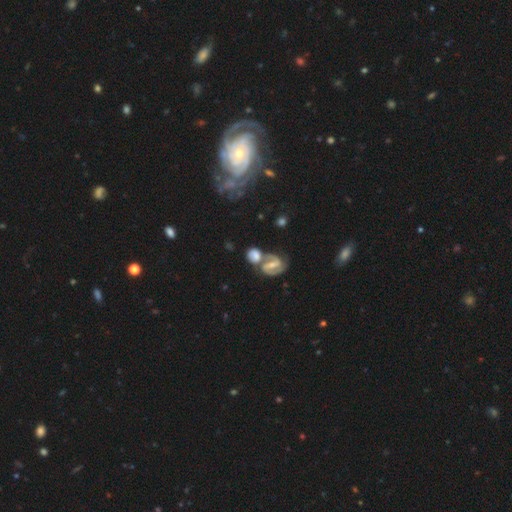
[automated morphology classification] A featured or disk galaxy (66%) with a weak bar (43%), 2 (88%) medium (53%) spiral arms (91%) and a small central bulge (45%).

Vote fractions:
- Smooth or featured? featured or disk: 66% / smooth: 25% / star or artifact: 8%
- Edge-on disk? no: 96% / yes: 4%
- Bar? weak: 43% / strong: 37% / no: 20%
- Spiral arms? yes: 91% / no: 9%
- Spiral winding? medium: 53% / tight: 28% / loose: 19%
- Spiral arm count? 2: 88% / can't tell: 5% / 1: 3% / 3: 2% / 4: 1% / more than 4: 1%
- Bulge size? small: 45% / moderate: 42% / none: 6% / large: 5% / dominant: 2%
- Merging? merger: 47% / none: 37% / minor disturbance: 11% / major disturbance: 5%